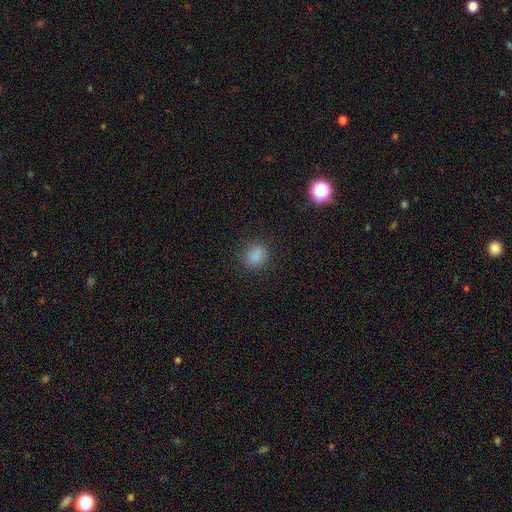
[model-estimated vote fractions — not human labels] Overall: smooth (84%). How rounded: round (59%; in between 39%). Merging: none (85%).